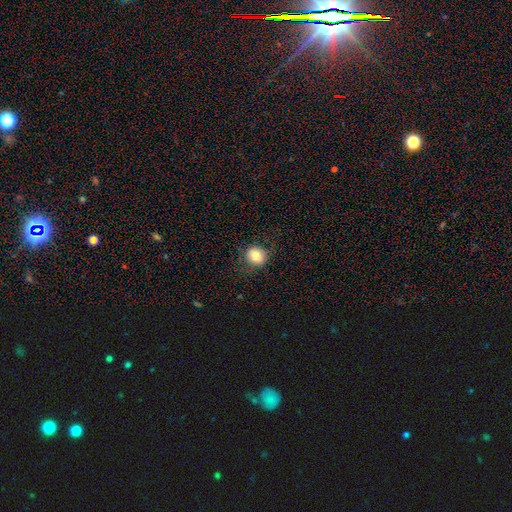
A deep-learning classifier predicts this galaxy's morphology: This appears to be a smooth galaxy with no disk features (80%) that is round (79%). Merging: none (83%).